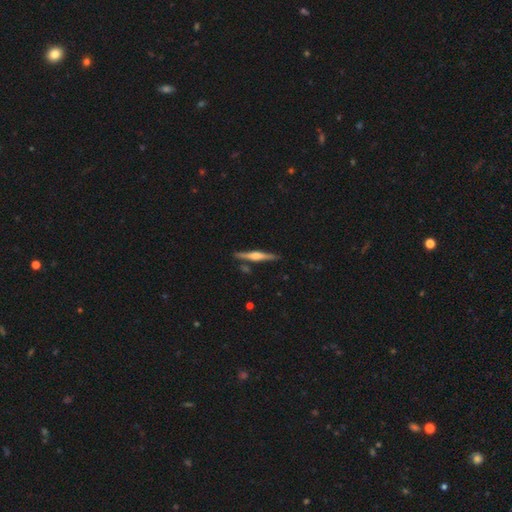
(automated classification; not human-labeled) Smooth or featured: featured or disk — 73% (smooth — 22%)
Edge-on disk: yes — 98% (no — 2%)
Edge-on bulge: rounded — 82% (boxy — 12%)
Merging: none — 88% (minor disturbance — 8%)